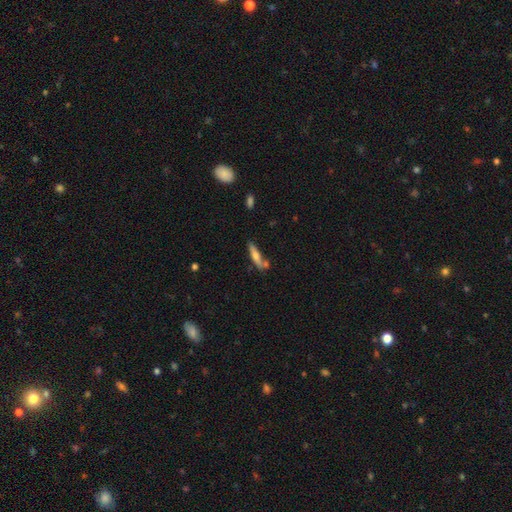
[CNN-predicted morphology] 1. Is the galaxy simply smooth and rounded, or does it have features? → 52% smooth, 40% featured or disk, 8% star or artifact.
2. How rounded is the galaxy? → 81% cigar-shaped, 17% in between, 2% round.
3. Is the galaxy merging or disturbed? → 62% none, 18% minor disturbance, 14% merger, 5% major disturbance.